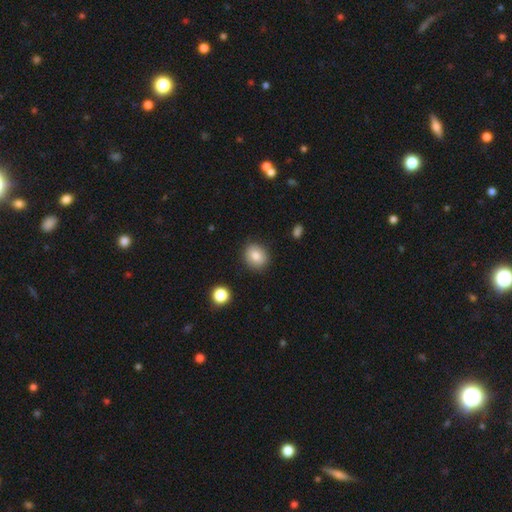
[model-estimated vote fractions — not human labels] smooth-or-featured: smooth: 81% | featured or disk: 10% | star or artifact: 9%
  how-rounded: round: 77% | in between: 22% | cigar-shaped: 1%
  merging: none: 88% | minor disturbance: 9% | major disturbance: 2% | merger: 1%